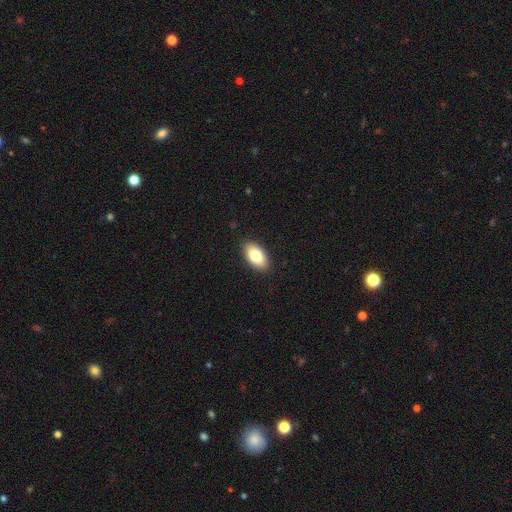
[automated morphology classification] This is clearly a smooth galaxy (81%). How rounded: clearly in between (94%). Merging: clearly none (89%).